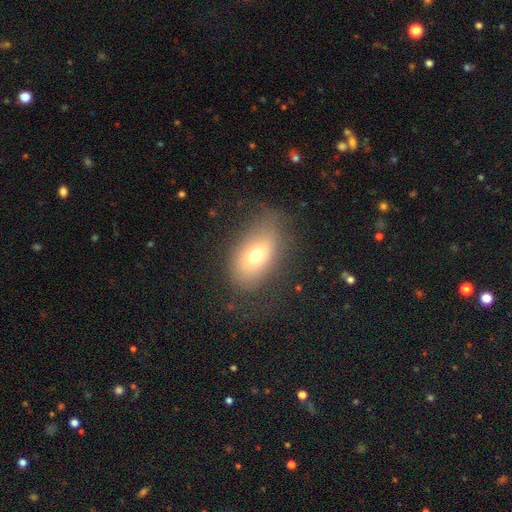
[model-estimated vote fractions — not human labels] Smooth or featured? smooth (67%)
How rounded? in between (87%)
Merging? none (68%)